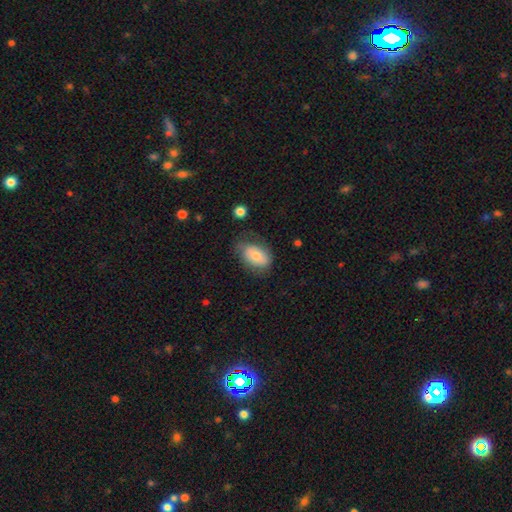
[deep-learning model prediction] smooth 71%, featured or disk 21%, star or artifact 7%. Down the decision tree: how rounded — in between (87%); merging — none (57%).